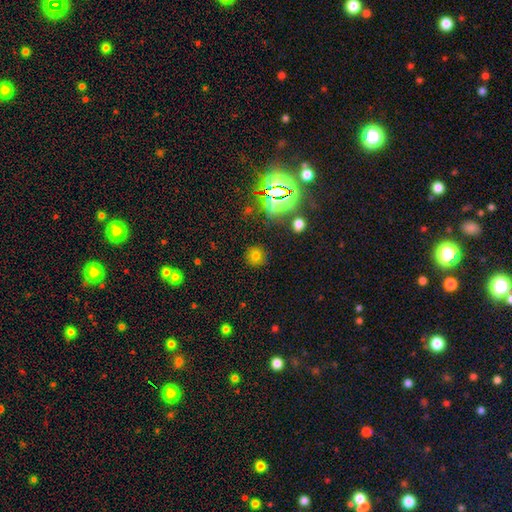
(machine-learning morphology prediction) A smooth galaxy with no disk features (67%) that is round (90%). Merging: none (86%).